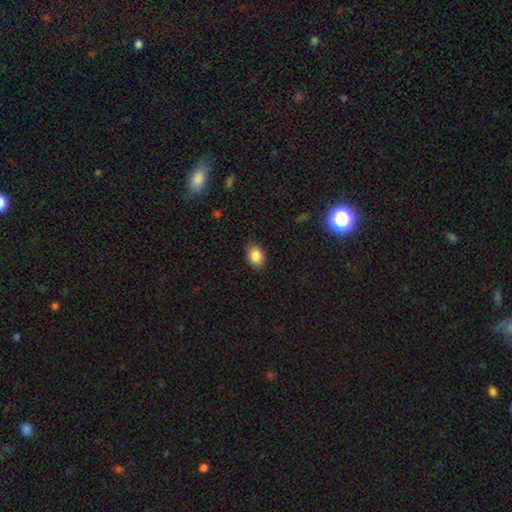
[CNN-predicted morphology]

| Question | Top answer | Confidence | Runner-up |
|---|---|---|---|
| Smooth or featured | smooth | 86% | star or artifact (8%) |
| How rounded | in between | 78% | round (21%) |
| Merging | none | 87% | minor disturbance (9%) |